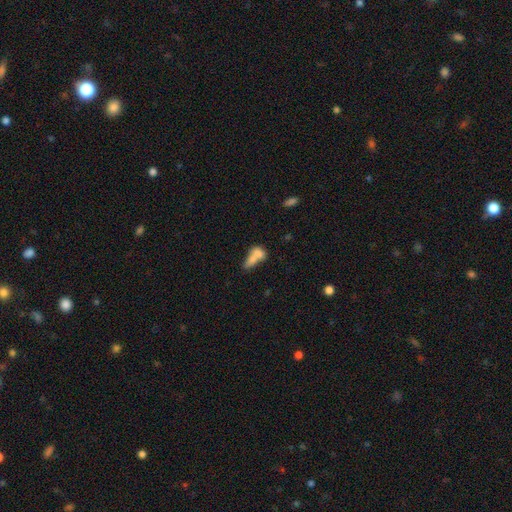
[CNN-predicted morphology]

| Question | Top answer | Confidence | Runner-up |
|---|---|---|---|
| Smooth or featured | smooth | 70% | featured or disk (21%) |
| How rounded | in between | 72% | round (18%) |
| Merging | merger | 66% | none (17%) |